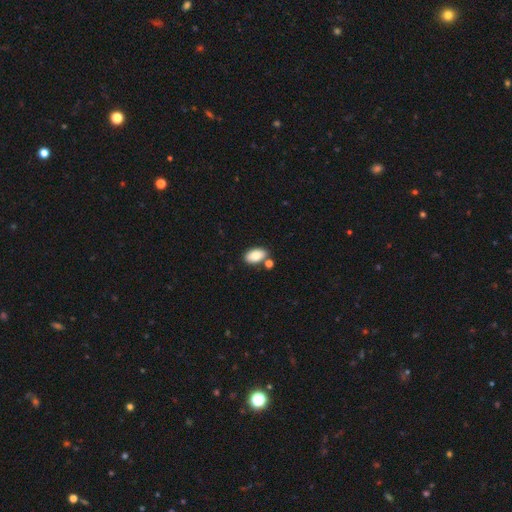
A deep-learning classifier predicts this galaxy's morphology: smooth_or_featured: smooth (p=0.85) [alt: featured or disk p=0.08]
how_rounded: in between (p=0.94) [alt: round p=0.05]
merging: none (p=0.72) [alt: merger p=0.14]